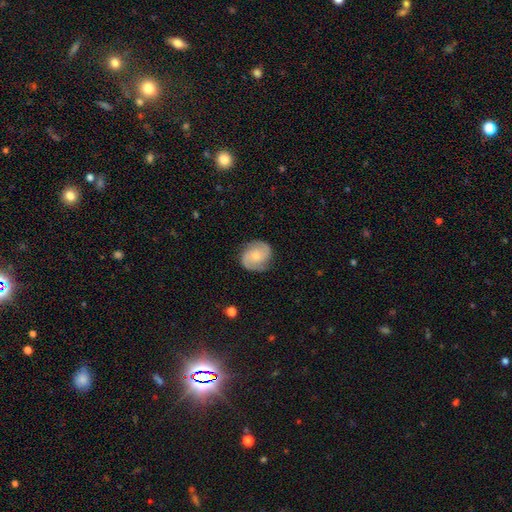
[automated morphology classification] smooth_or_featured: featured or disk (p=0.79) [alt: smooth p=0.15]
disk_edge_on: no (p=0.98) [alt: yes p=0.02]
bar: no (p=0.63) [alt: weak p=0.31]
has_spiral_arms: yes (p=0.96) [alt: no p=0.04]
spiral_winding: medium (p=0.49) [alt: tight p=0.36]
spiral_arm_count: 2 (p=0.90) [alt: can't tell p=0.04]
bulge_size: small (p=0.50) [alt: moderate p=0.45]
merging: none (p=0.84) [alt: minor disturbance p=0.12]